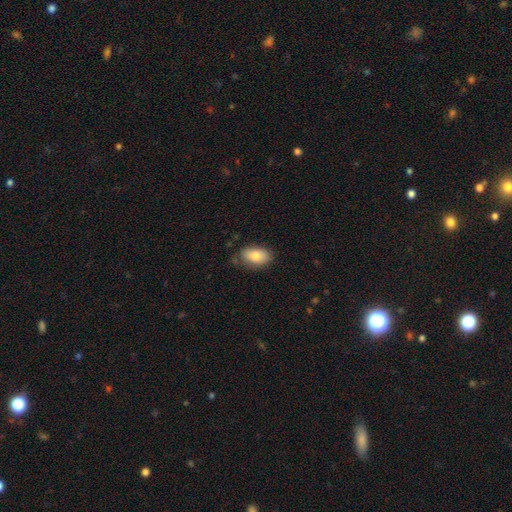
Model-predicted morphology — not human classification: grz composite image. It shows a smooth galaxy with no disk features (80%) that is in between round and cigar-shaped (89%). Merging: none (72%).